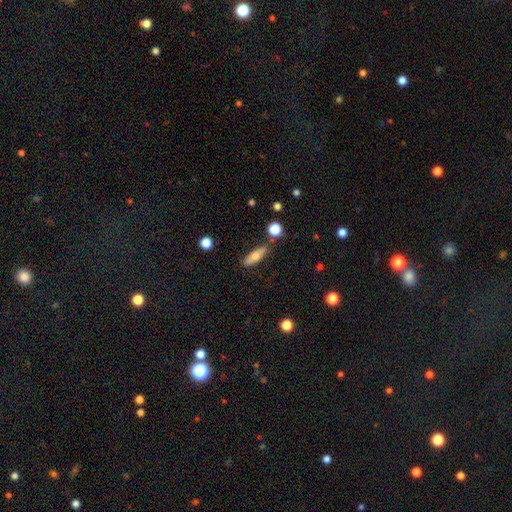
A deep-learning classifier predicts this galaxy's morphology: Smooth or featured? Predicted: smooth (p=0.64). How rounded? Predicted: in between (p=0.53). Merging? Predicted: none (p=0.78).